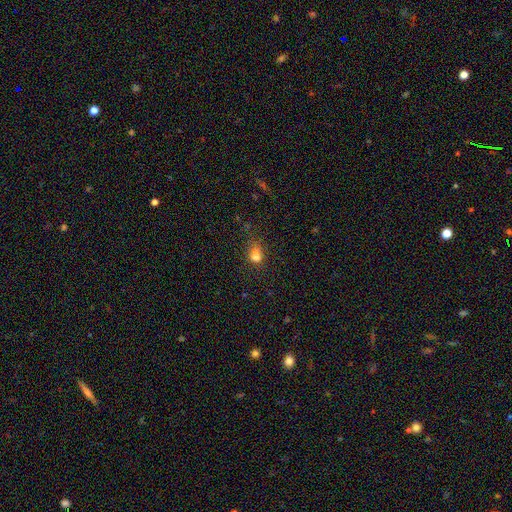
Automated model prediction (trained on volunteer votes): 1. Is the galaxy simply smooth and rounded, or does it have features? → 67% smooth, 18% star or artifact, 15% featured or disk.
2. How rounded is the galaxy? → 60% round, 39% in between, 2% cigar-shaped.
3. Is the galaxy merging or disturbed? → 46% merger, 34% none, 13% minor disturbance, 8% major disturbance.